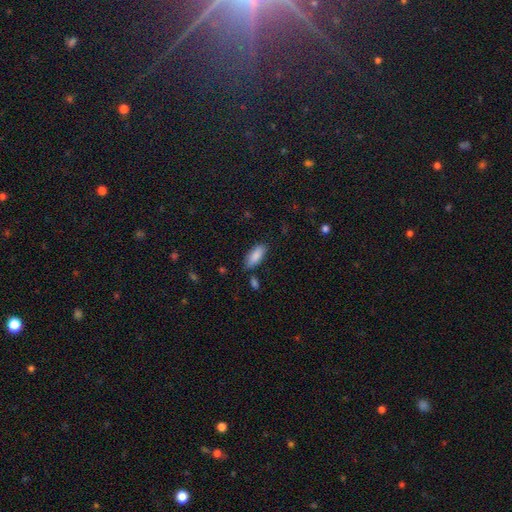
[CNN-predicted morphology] This appears to be a smooth galaxy with no disk features (87%) that is in between round and cigar-shaped (81%). Merging: none (79%).